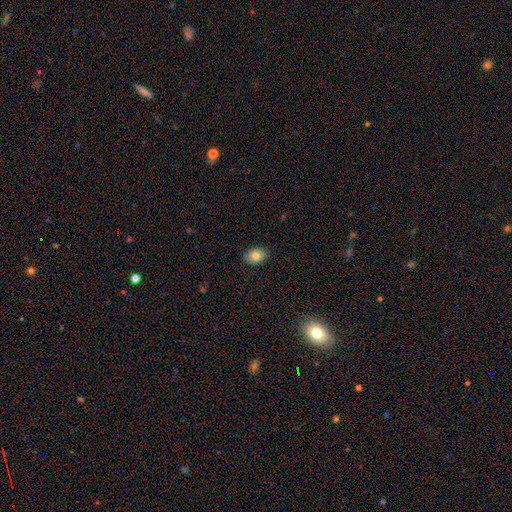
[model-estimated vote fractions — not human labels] smooth 82%, featured or disk 9%, star or artifact 9%. Down the decision tree: how rounded — in between (74%); merging — none (88%).